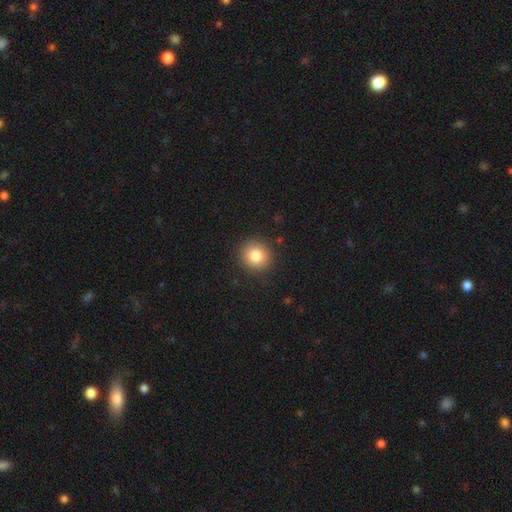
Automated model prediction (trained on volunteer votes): The model was most divided on "smooth or featured": smooth: 83%, star or artifact: 10%, featured or disk: 7%. More confident: how rounded — round (92%); merging — none (90%).